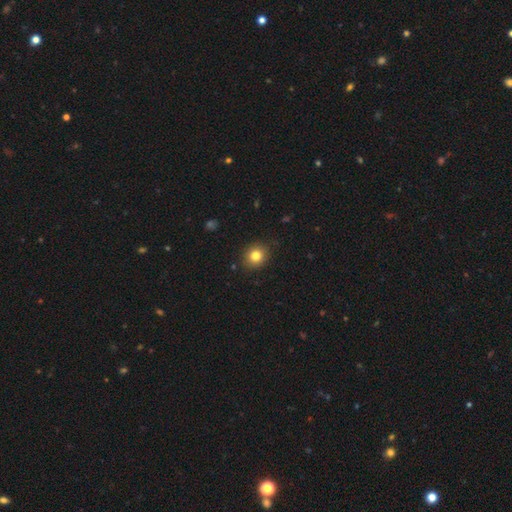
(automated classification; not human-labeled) Morphology: type=smooth (81%); roundness=round (76%); merging=none (88%).